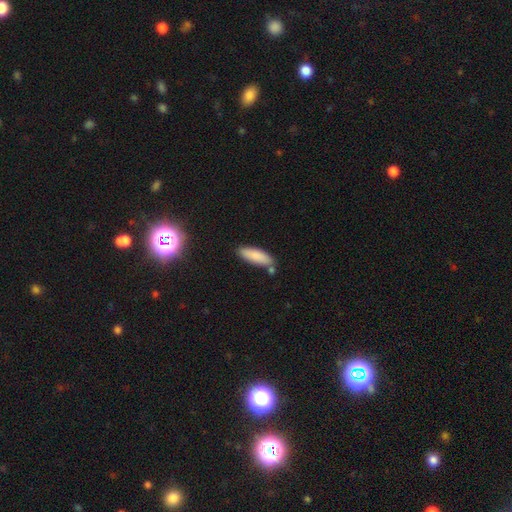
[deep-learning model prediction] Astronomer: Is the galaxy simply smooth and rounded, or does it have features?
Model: smooth — 86%.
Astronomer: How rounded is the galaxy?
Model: in between — 52% (runner-up: cigar-shaped, 47%).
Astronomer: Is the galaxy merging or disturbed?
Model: none — 76%.